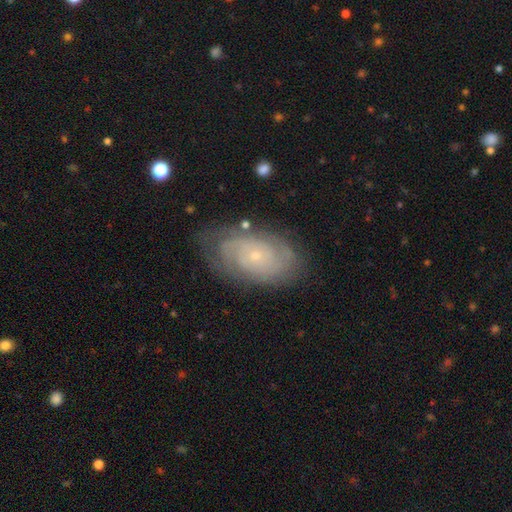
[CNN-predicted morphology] featured or disk 77%, smooth 16%, star or artifact 7%. Down the decision tree: edge-on disk — no (96%); bar — no (80%); spiral arms — yes (91%); spiral arm count — can't tell (40%); spiral winding — tight (73%); bulge size — small (84%); merging — none (75%).